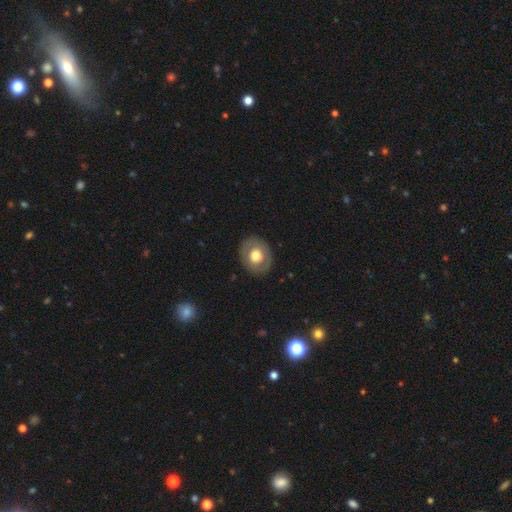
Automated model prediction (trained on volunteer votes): smooth 58%, featured or disk 36%, star or artifact 6%. Down the decision tree: how rounded — round (60%); merging — none (86%).